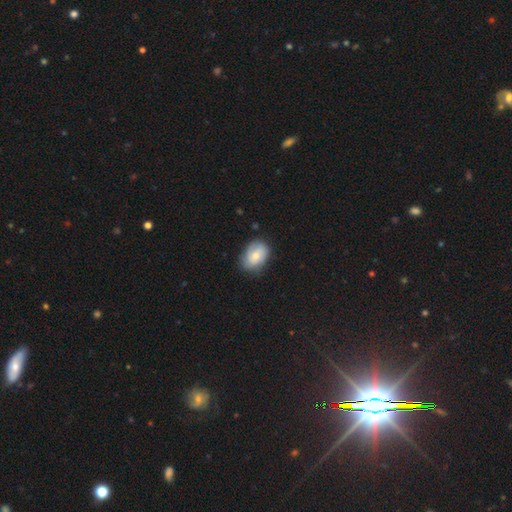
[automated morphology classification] This is likely a smooth galaxy (65%). How rounded: likely in between (77%). Merging: likely none (69%).